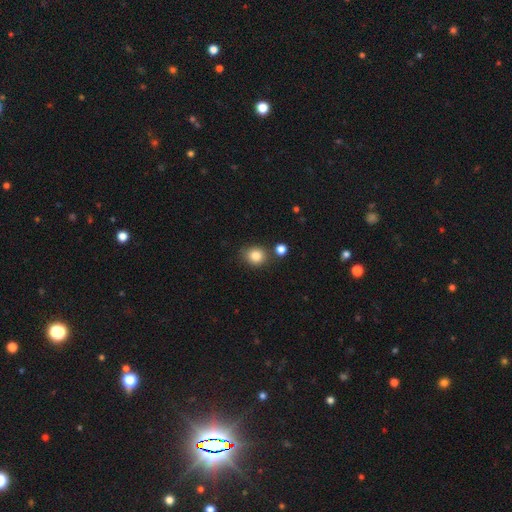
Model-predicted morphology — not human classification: Smooth or featured?
  - smooth: 84% *
  - star or artifact: 10%
  - featured or disk: 6%
How rounded?
  - round: 74% *
  - in between: 25%
  - cigar-shaped: 1%
Merging?
  - none: 75% *
  - minor disturbance: 13%
  - merger: 9%
  - major disturbance: 3%